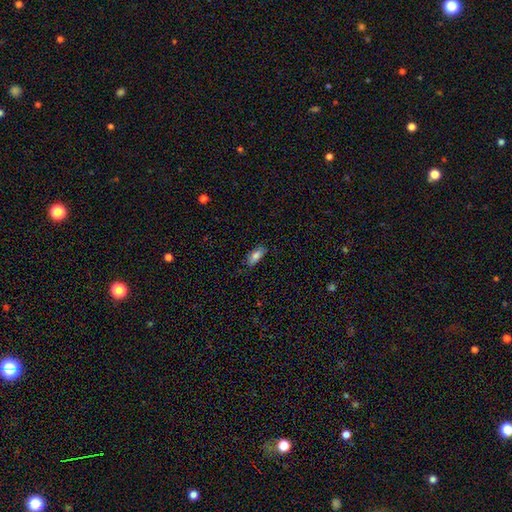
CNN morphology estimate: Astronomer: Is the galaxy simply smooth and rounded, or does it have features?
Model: smooth — 81%.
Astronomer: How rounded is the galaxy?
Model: in between — 76%.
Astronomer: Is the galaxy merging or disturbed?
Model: none — 82%.